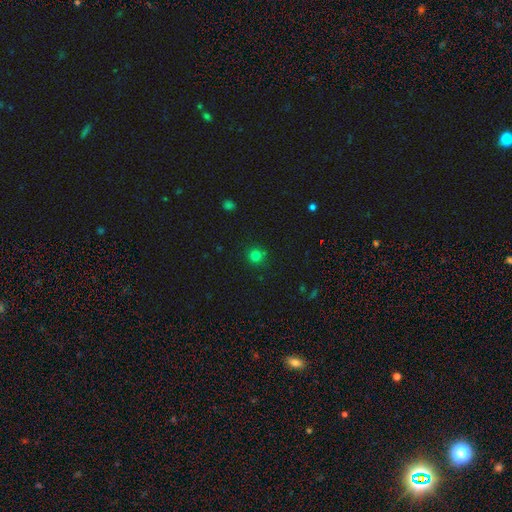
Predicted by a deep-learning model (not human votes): Morphology: type=smooth (78%); roundness=round (92%); merging=none (85%).